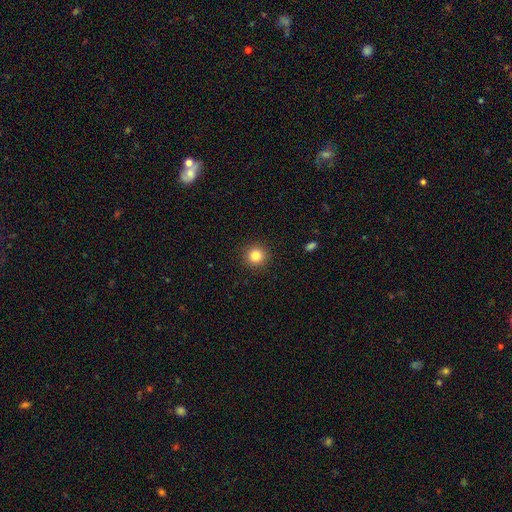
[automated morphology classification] smooth 83%, star or artifact 11%, featured or disk 6%. Down the decision tree: how rounded — round (94%); merging — none (92%).